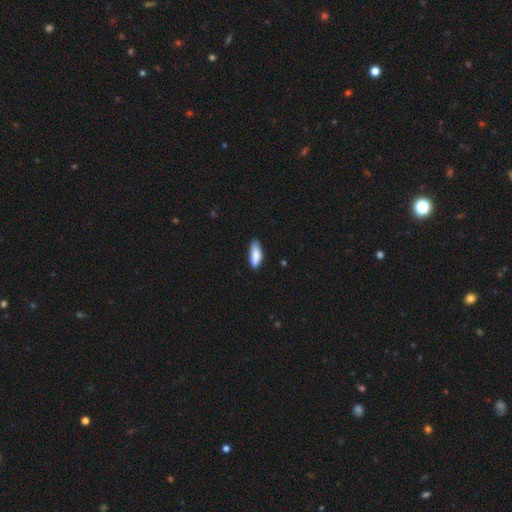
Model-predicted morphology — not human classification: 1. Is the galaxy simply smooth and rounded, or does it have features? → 87% smooth, 7% featured or disk, 6% star or artifact.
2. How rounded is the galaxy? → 69% in between, 29% cigar-shaped, 2% round.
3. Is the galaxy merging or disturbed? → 73% none, 22% minor disturbance, 3% major disturbance, 2% merger.